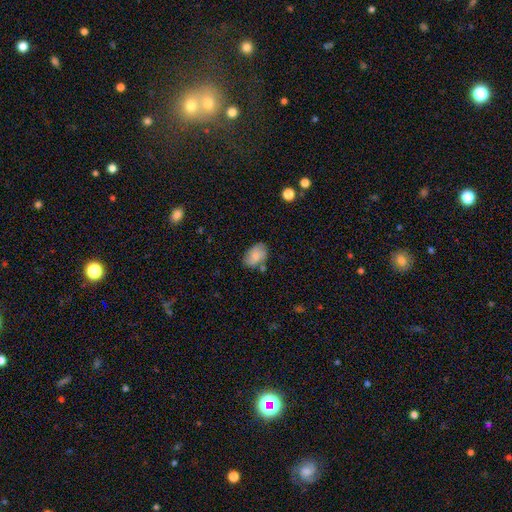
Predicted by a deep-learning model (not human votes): The model was most divided on "merging": none: 68%, minor disturbance: 20%, merger: 7%, major disturbance: 4%. More confident: how rounded — in between (86%); smooth or featured — smooth (82%).